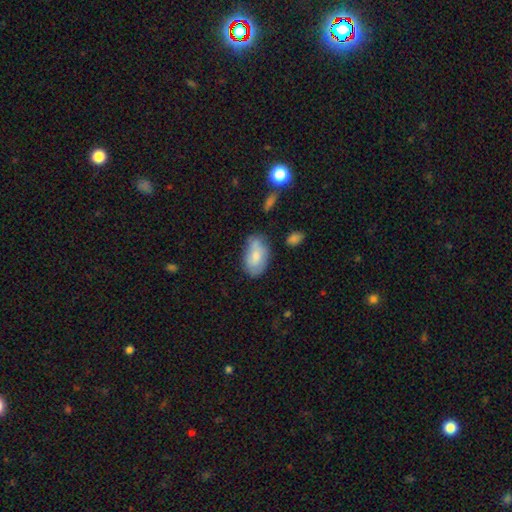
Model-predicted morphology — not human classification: smooth-or-featured: smooth: 70% | featured or disk: 23% | star or artifact: 7%
  how-rounded: in between: 92% | round: 6% | cigar-shaped: 2%
  merging: none: 56% | minor disturbance: 28% | merger: 8% | major disturbance: 8%